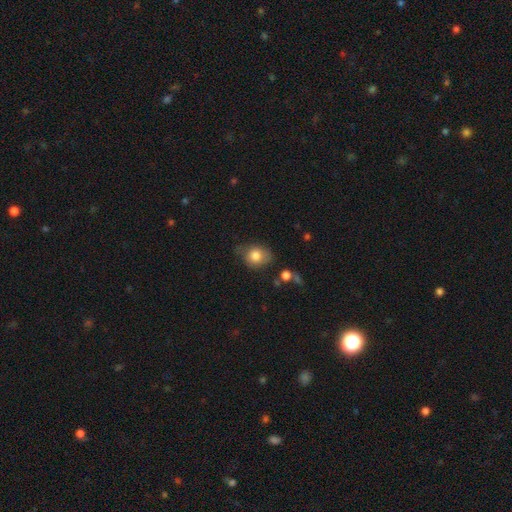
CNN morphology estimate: smooth-or-featured: smooth: 79% | featured or disk: 12% | star or artifact: 9%
  how-rounded: round: 54% | in between: 45% | cigar-shaped: 1%
  merging: none: 57% | minor disturbance: 29% | major disturbance: 9% | merger: 4%